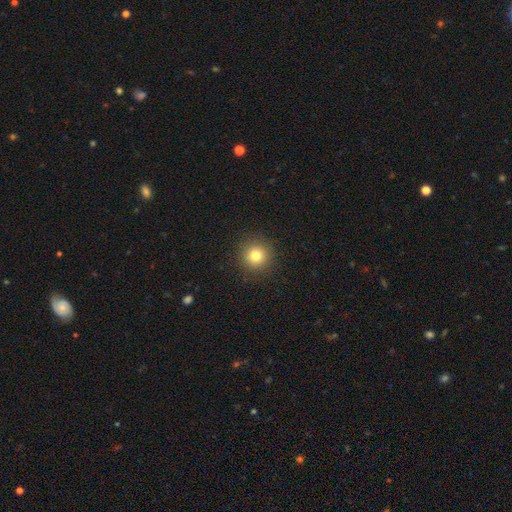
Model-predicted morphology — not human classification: A smooth galaxy with no disk features (80%) that is round (95%).

Vote fractions:
- Smooth or featured? smooth: 80% / star or artifact: 13% / featured or disk: 7%
- How rounded? round: 95% / in between: 4% / cigar-shaped: 1%
- Merging? none: 91% / minor disturbance: 6% / major disturbance: 2% / merger: 1%